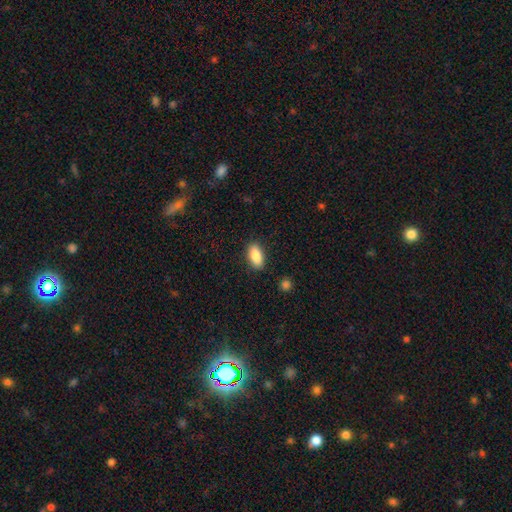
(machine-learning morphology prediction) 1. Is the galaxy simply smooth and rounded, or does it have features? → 87% smooth, 7% star or artifact, 6% featured or disk.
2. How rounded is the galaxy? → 90% in between, 7% cigar-shaped, 3% round.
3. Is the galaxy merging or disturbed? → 87% none, 9% minor disturbance, 2% major disturbance, 1% merger.